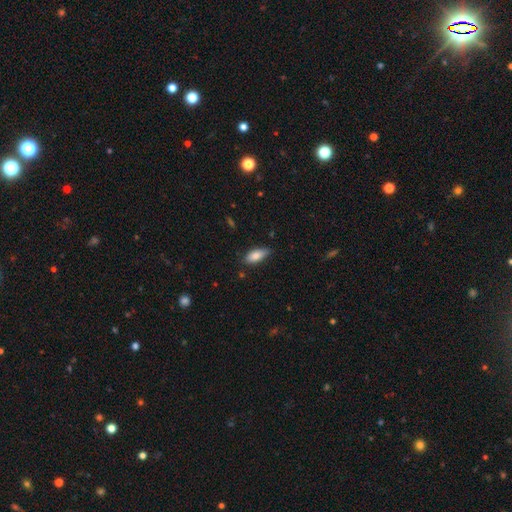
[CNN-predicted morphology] Smooth or featured?
  - smooth: 83% *
  - featured or disk: 10%
  - star or artifact: 7%
How rounded?
  - in between: 81% *
  - cigar-shaped: 17%
  - round: 2%
Merging?
  - none: 72% *
  - minor disturbance: 23%
  - major disturbance: 3%
  - merger: 2%